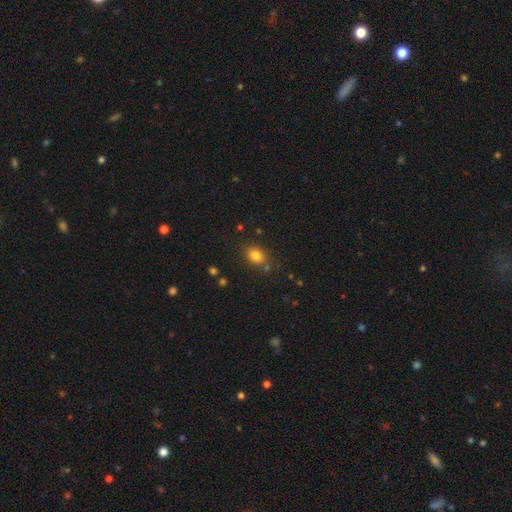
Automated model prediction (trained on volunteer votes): Smooth or featured?
  - smooth: 81% *
  - star or artifact: 12%
  - featured or disk: 7%
How rounded?
  - in between: 50% *
  - round: 49%
  - cigar-shaped: 1%
Merging?
  - none: 78% *
  - minor disturbance: 12%
  - merger: 7%
  - major disturbance: 4%